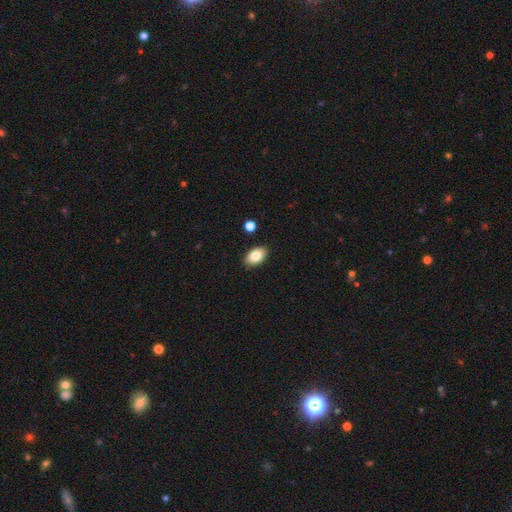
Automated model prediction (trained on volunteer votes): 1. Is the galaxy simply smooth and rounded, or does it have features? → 83% smooth, 10% featured or disk, 7% star or artifact.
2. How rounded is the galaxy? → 92% in between, 7% round, 1% cigar-shaped.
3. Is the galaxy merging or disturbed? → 88% none, 8% minor disturbance, 2% merger, 2% major disturbance.